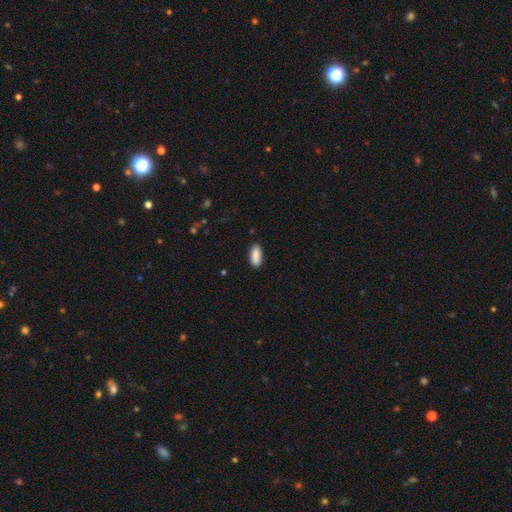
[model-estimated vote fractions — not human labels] This appears to be a smooth galaxy with no disk features (90%) that is in between round and cigar-shaped (82%). Merging: none (88%).